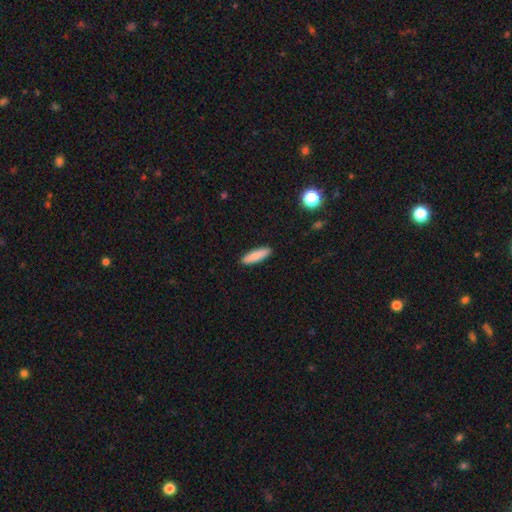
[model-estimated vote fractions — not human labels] smooth_or_featured: smooth (p=0.88) [alt: featured or disk p=0.06]
how_rounded: cigar-shaped (p=0.67) [alt: in between p=0.32]
merging: none (p=0.91) [alt: minor disturbance p=0.06]